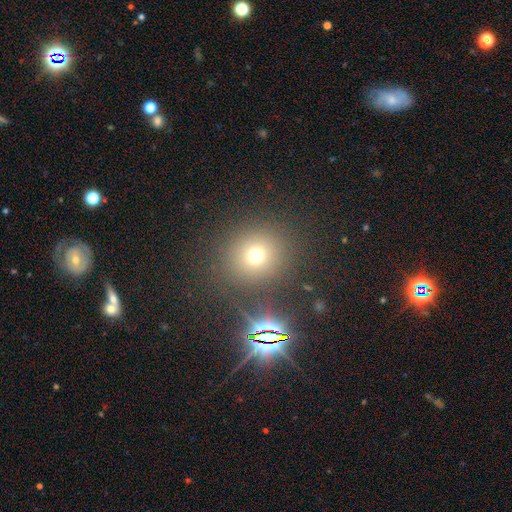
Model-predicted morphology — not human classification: smooth-or-featured: smooth: 64% | star or artifact: 26% | featured or disk: 10%
  how-rounded: round: 89% | in between: 10% | cigar-shaped: 1%
  merging: none: 85% | minor disturbance: 8% | major disturbance: 4% | merger: 4%